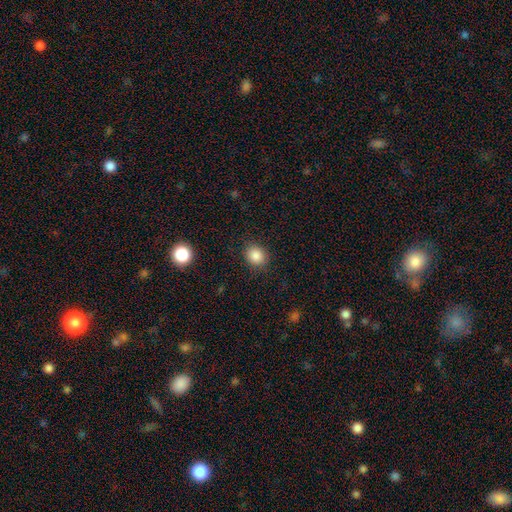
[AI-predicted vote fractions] A smooth galaxy with no disk features (86%) that is round (69%).

Vote fractions:
- Smooth or featured? smooth: 86% / star or artifact: 10% / featured or disk: 4%
- How rounded? round: 69% / in between: 30% / cigar-shaped: 1%
- Merging? none: 88% / minor disturbance: 8% / major disturbance: 3% / merger: 1%